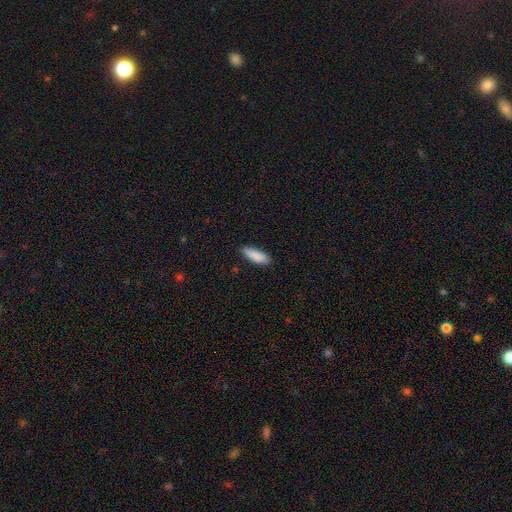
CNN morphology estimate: Smooth or featured? Predicted: smooth (p=0.89). How rounded? Predicted: in between (p=0.54). Merging? Predicted: none (p=0.86).